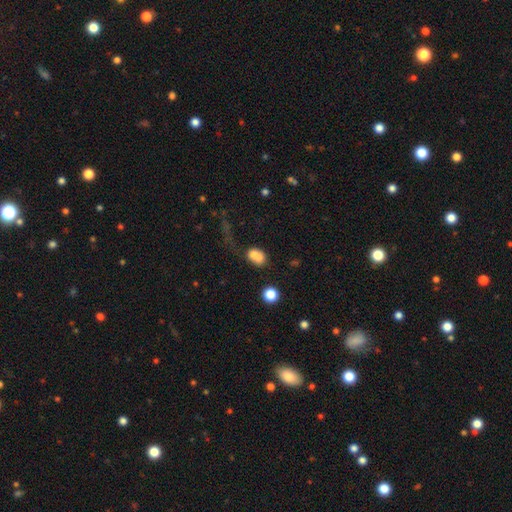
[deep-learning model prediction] Smooth or featured? smooth (72%)
How rounded? in between (51%)
Merging? merger (52%)